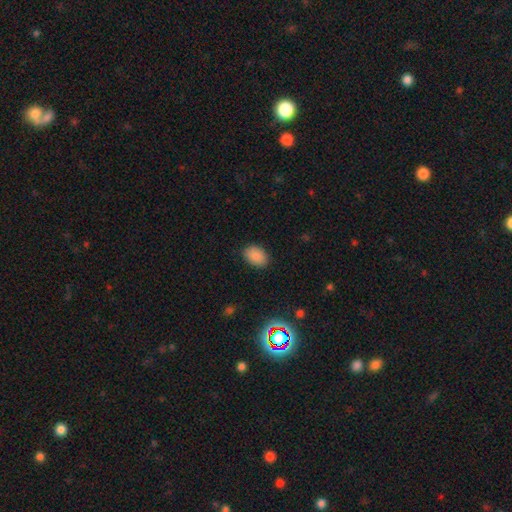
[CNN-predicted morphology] Smooth or featured? Predicted: smooth (p=0.86). How rounded? Predicted: in between (p=0.82). Merging? Predicted: none (p=0.86).